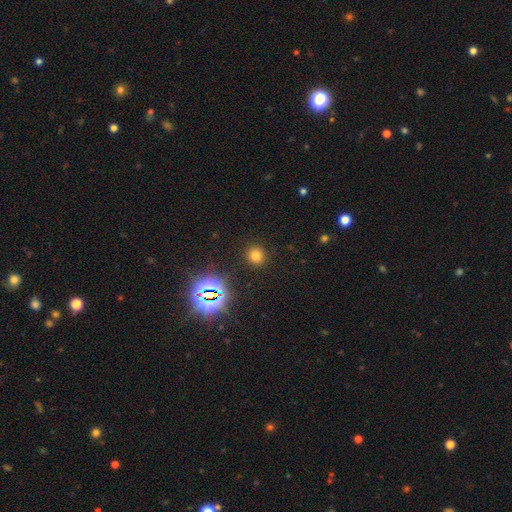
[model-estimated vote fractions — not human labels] This appears to be a smooth galaxy with no disk features (71%) that is round (88%). Merging: none (91%).